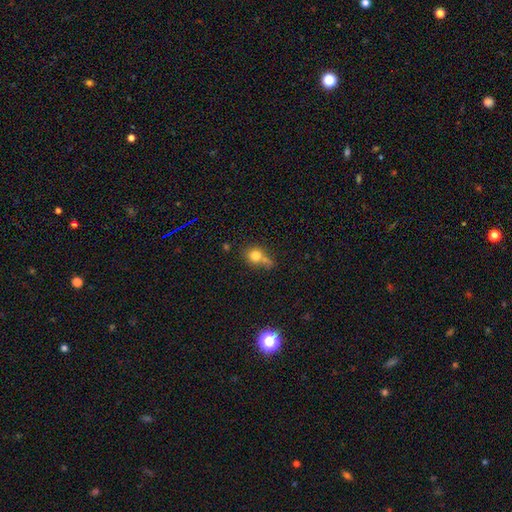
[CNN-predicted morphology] Smooth or featured: smooth — 76% (featured or disk — 12%)
How rounded: round — 73% (in between — 25%)
Merging: none — 41% (merger — 30%)